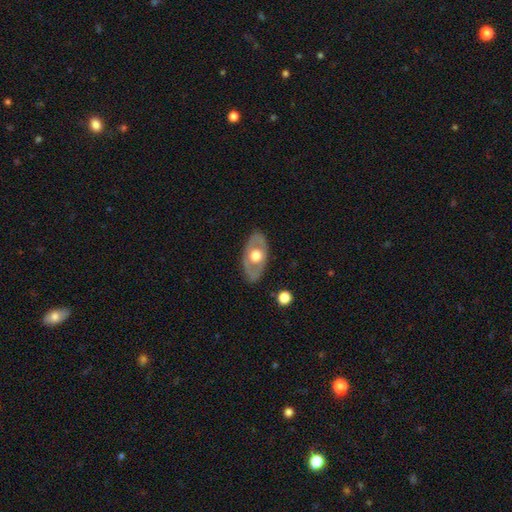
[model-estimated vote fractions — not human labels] The model was most divided on "smooth or featured": featured or disk: 56%, smooth: 39%, star or artifact: 5%. More confident: edge-on disk — no (84%); merging — none (83%).